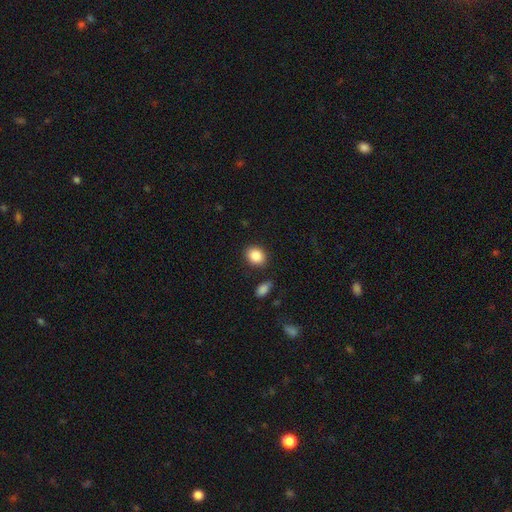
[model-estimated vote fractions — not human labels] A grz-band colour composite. It shows a smooth galaxy with no disk features (86%) that is in between round and cigar-shaped (51%). Merging: none (84%).